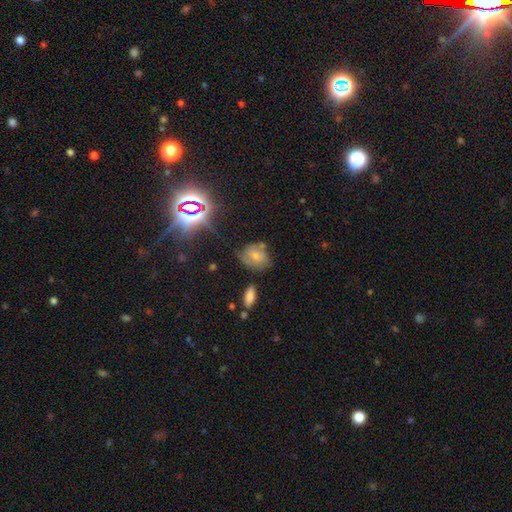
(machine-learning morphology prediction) This is likely a smooth galaxy (61%). How rounded: possibly round (54%). Merging: possibly none (58%).